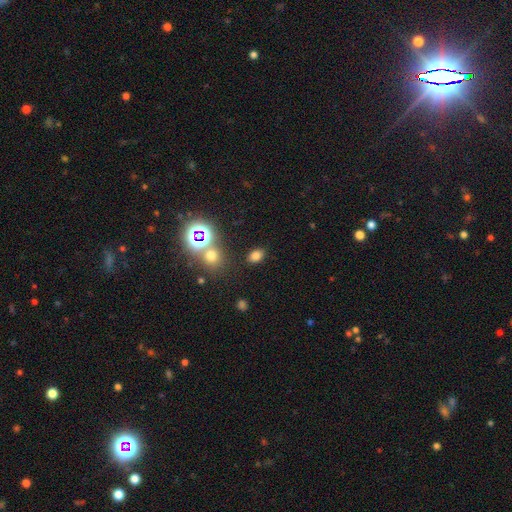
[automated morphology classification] smooth-or-featured: smooth: 72% | star or artifact: 22% | featured or disk: 6%
  how-rounded: in between: 75% | round: 24% | cigar-shaped: 1%
  merging: none: 84% | minor disturbance: 9% | merger: 4% | major disturbance: 3%